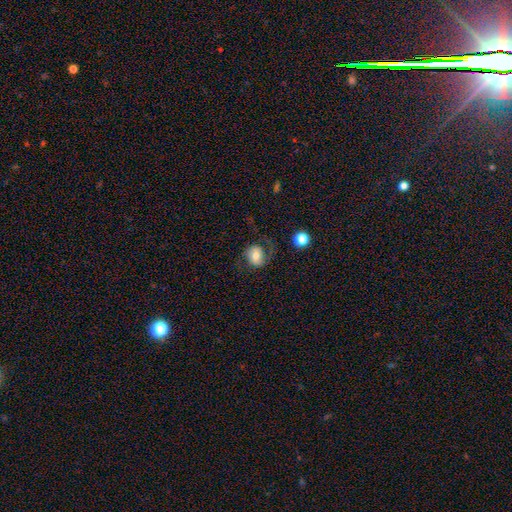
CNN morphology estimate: This appears to be a smooth galaxy with no disk features (54%) that is round (64%). Merging: none (59%).